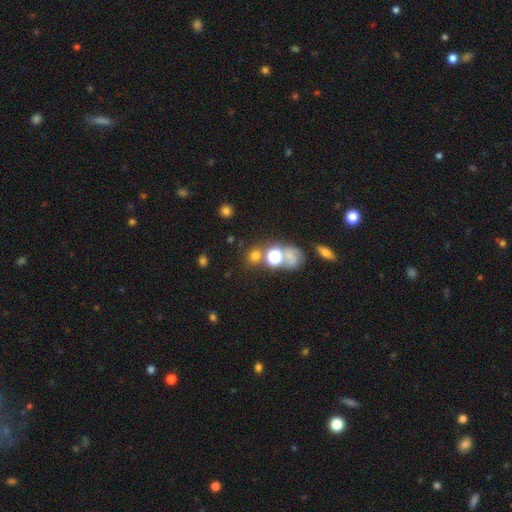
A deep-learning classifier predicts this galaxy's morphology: Smooth or featured? Predicted: smooth (p=0.66). How rounded? Predicted: round (p=0.83). Merging? Predicted: none (p=0.64).